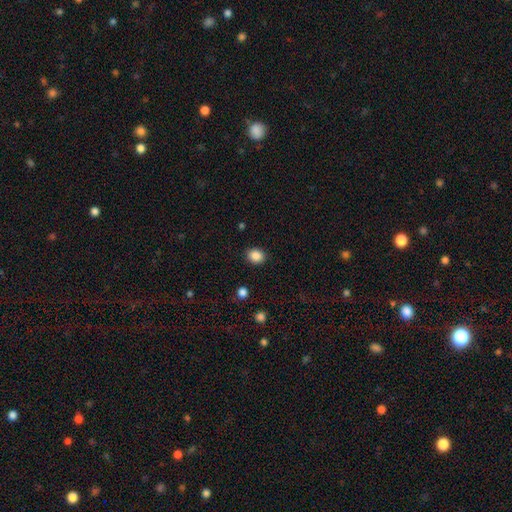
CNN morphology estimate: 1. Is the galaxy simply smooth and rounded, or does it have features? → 87% smooth, 10% star or artifact, 3% featured or disk.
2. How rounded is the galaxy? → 60% round, 40% in between, 1% cigar-shaped.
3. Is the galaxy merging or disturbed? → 88% none, 8% minor disturbance, 2% major disturbance, 1% merger.